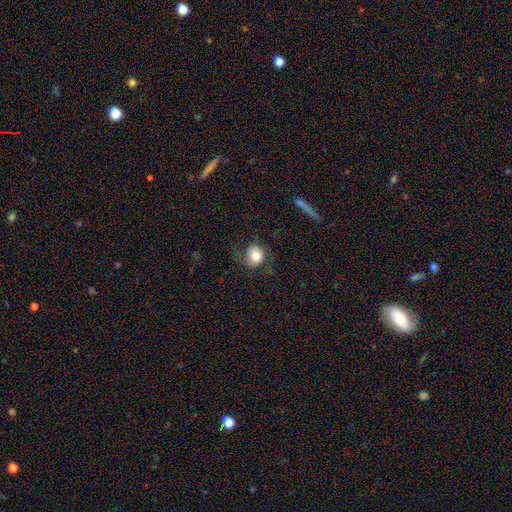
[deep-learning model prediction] A smooth galaxy with no disk features (78%) that is round (75%).

Vote fractions:
- Smooth or featured? smooth: 78% / featured or disk: 13% / star or artifact: 9%
- How rounded? round: 75% / in between: 24% / cigar-shaped: 1%
- Merging? none: 71% / minor disturbance: 17% / major disturbance: 10% / merger: 1%